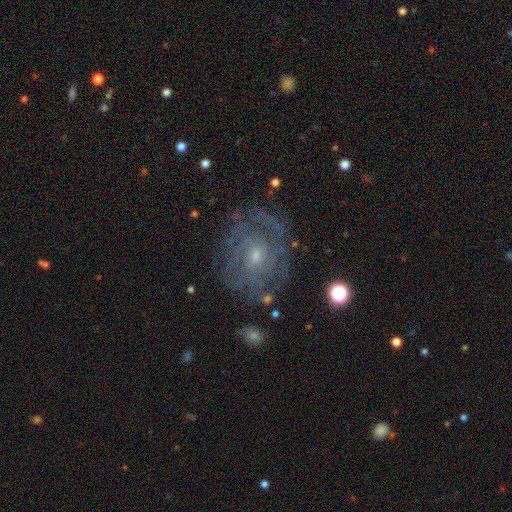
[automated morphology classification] featured or disk 76%, smooth 14%, star or artifact 9%. Down the decision tree: edge-on disk — no (97%); bar — no (70%); spiral arms — yes (81%); spiral arm count — can't tell (51%); spiral winding — tight (63%); bulge size — small (59%); merging — none (72%).